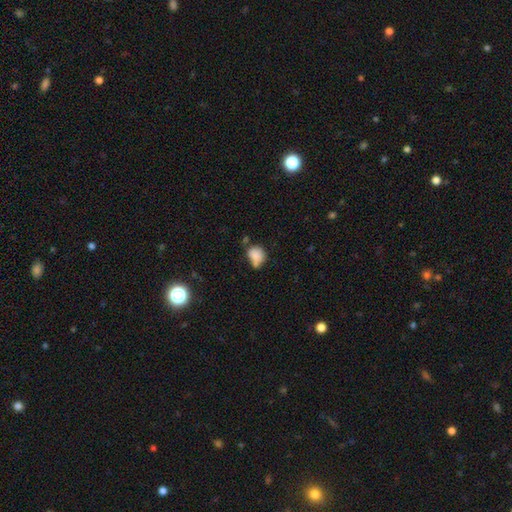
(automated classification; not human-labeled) smooth-or-featured: smooth: 80% | star or artifact: 11% | featured or disk: 9%
  how-rounded: round: 50% | in between: 49% | cigar-shaped: 1%
  merging: none: 39% | minor disturbance: 31% | merger: 19% | major disturbance: 11%